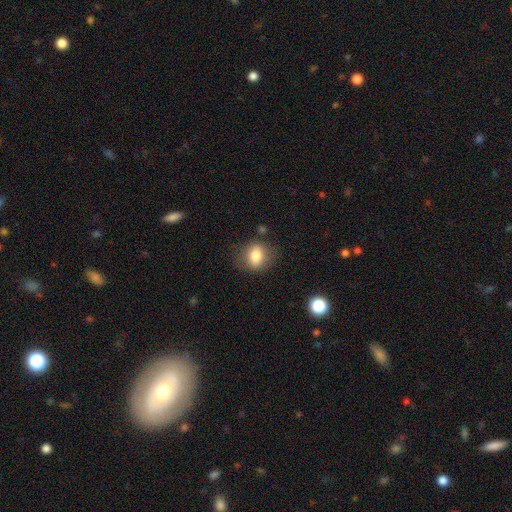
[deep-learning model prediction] This appears to be a smooth galaxy with no disk features (79%) that is in between round and cigar-shaped (51%). Merging: none (75%).